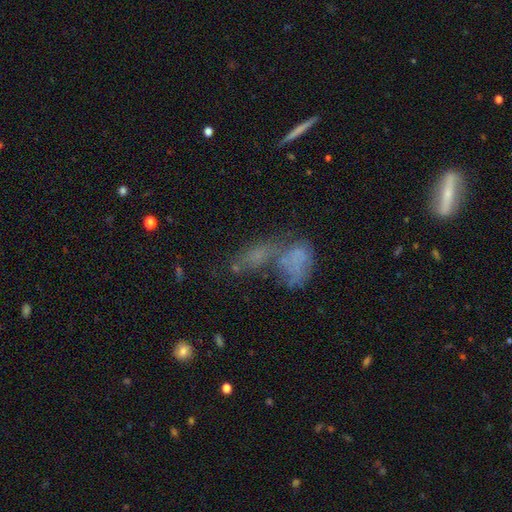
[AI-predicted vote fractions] smooth_or_featured: smooth (p=0.50) [alt: featured or disk p=0.31]
how_rounded: in between (p=0.76) [alt: cigar-shaped p=0.13]
merging: merger (p=0.53) [alt: none p=0.19]